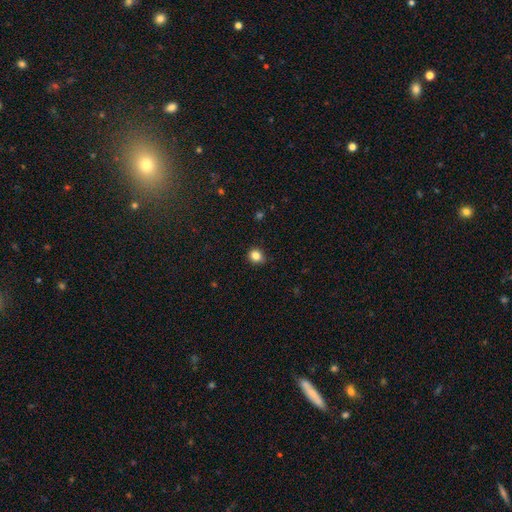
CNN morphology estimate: smooth 84%, star or artifact 11%, featured or disk 4%. Down the decision tree: how rounded — round (74%); merging — none (81%).